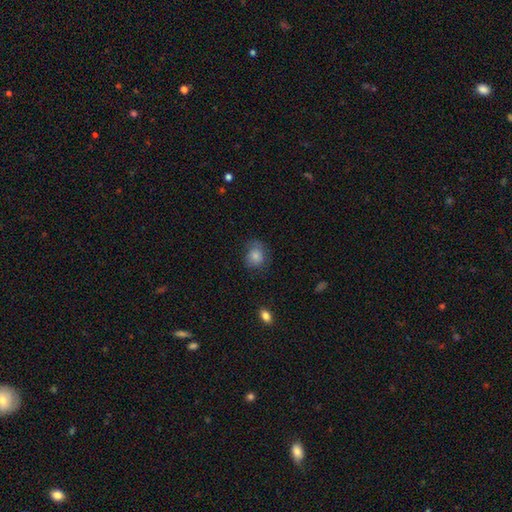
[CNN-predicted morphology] A smooth galaxy with no disk features (80%) that is round (68%).

Vote fractions:
- Smooth or featured? smooth: 80% / featured or disk: 11% / star or artifact: 9%
- How rounded? round: 68% / in between: 31% / cigar-shaped: 1%
- Merging? none: 61% / minor disturbance: 26% / major disturbance: 11% / merger: 1%